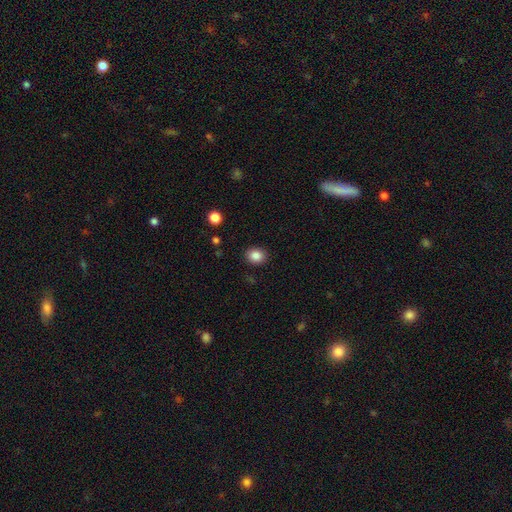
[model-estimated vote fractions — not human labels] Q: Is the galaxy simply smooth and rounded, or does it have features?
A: smooth — 86%.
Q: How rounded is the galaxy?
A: round — 59%.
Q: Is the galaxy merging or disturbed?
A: none — 90%.